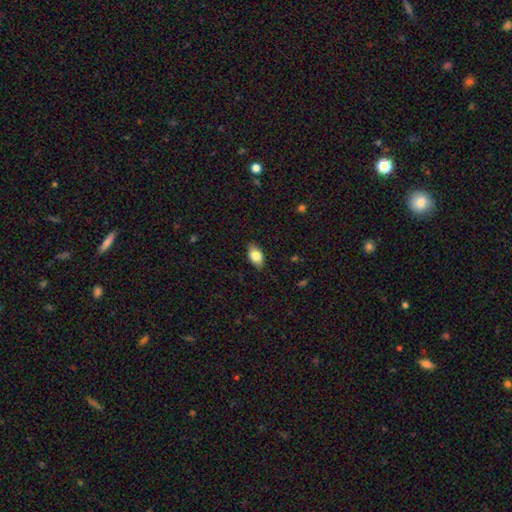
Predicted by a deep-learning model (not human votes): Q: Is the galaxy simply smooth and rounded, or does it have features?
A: smooth — 80%.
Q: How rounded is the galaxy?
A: in between — 89%.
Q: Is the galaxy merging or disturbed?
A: none — 84%.